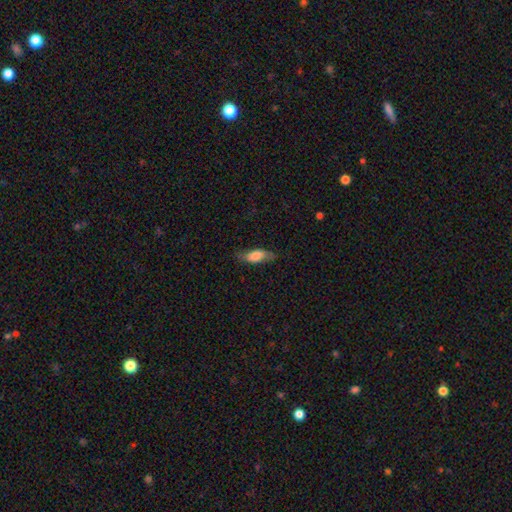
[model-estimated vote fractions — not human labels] The model was most divided on "merging": none: 69%, minor disturbance: 23%, major disturbance: 7%, merger: 1%. More confident: smooth or featured — smooth (74%); how rounded — in between (72%).